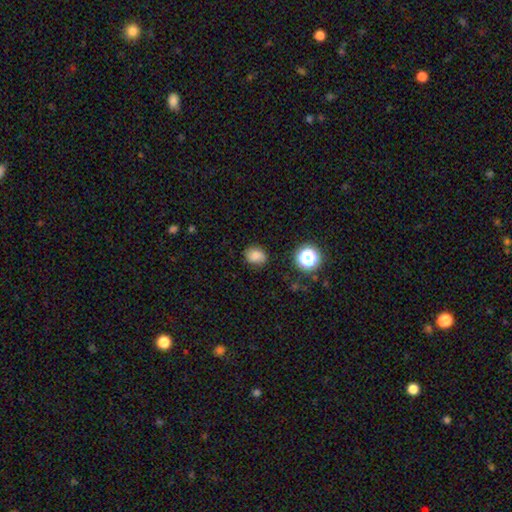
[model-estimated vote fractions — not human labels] smooth 80%, star or artifact 14%, featured or disk 7%. Down the decision tree: how rounded — in between (55%); merging — none (76%).